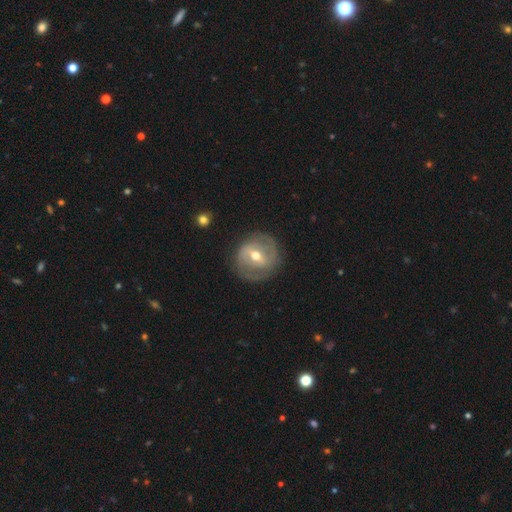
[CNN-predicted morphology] A featured or disk galaxy (69%) with a weak bar (46%), spiral arms (67%) and a moderate central bulge (75%). Merging: none (77%).